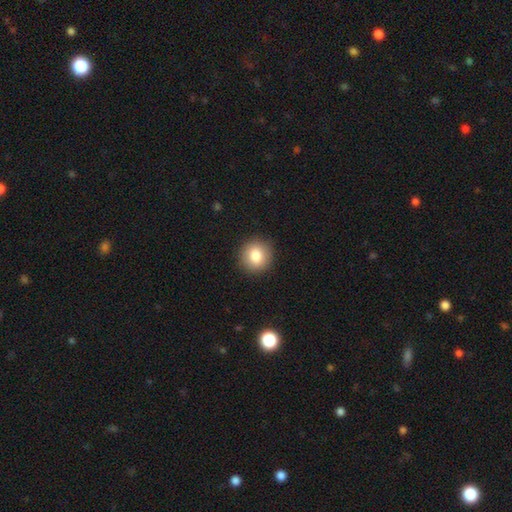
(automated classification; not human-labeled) A smooth galaxy with no disk features (83%) that is round (89%).

Vote fractions:
- Smooth or featured? smooth: 83% / star or artifact: 9% / featured or disk: 8%
- How rounded? round: 89% / in between: 10% / cigar-shaped: 1%
- Merging? none: 90% / minor disturbance: 7% / major disturbance: 2% / merger: 1%